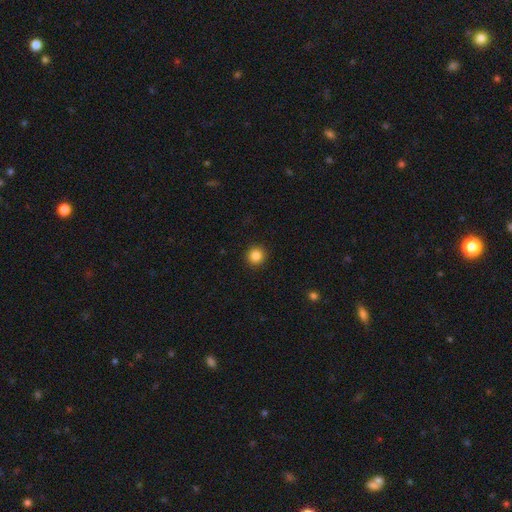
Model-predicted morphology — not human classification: A smooth galaxy with no disk features (85%) that is round (95%).

Vote fractions:
- Smooth or featured? smooth: 85% / star or artifact: 11% / featured or disk: 4%
- How rounded? round: 95% / in between: 4% / cigar-shaped: 1%
- Merging? none: 93% / minor disturbance: 4% / major disturbance: 2% / merger: 1%